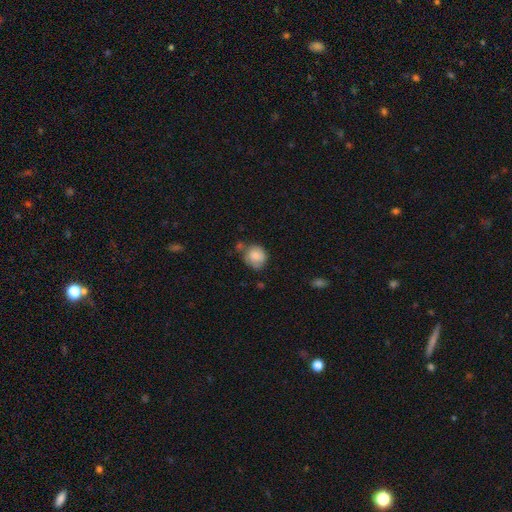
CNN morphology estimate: A smooth galaxy with no disk features (73%) that is round (74%).

Vote fractions:
- Smooth or featured? smooth: 73% / featured or disk: 19% / star or artifact: 8%
- How rounded? round: 74% / in between: 25% / cigar-shaped: 1%
- Merging? none: 51% / minor disturbance: 29% / merger: 11% / major disturbance: 9%